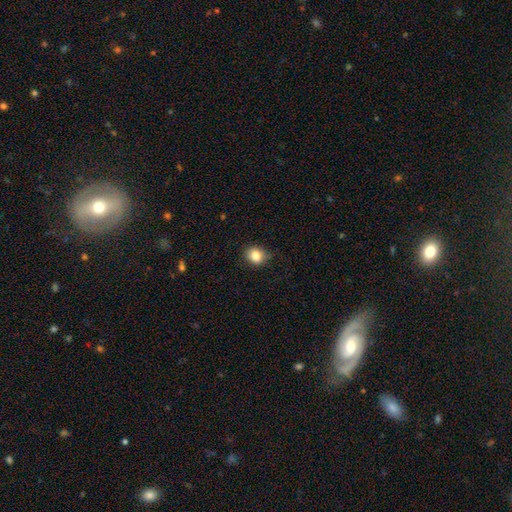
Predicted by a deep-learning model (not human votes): Morphology: type=smooth (83%); roundness=round (57%); merging=none (78%).